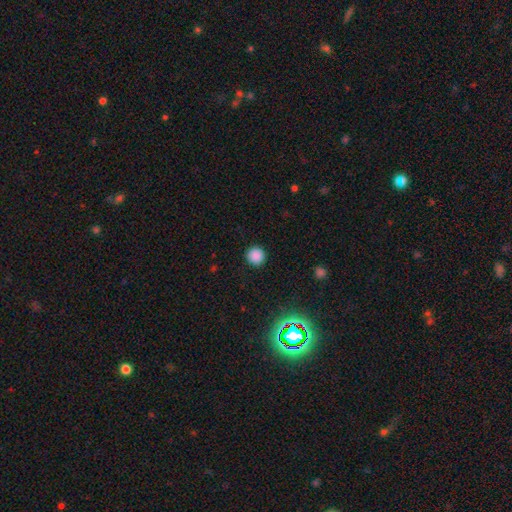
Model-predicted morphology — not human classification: smooth_or_featured: smooth (p=0.85) [alt: star or artifact p=0.12]
how_rounded: round (p=0.95) [alt: in between p=0.04]
merging: none (p=0.91) [alt: minor disturbance p=0.06]